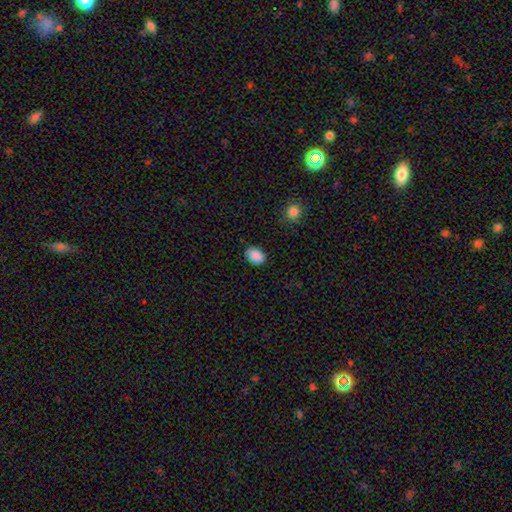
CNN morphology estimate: A smooth galaxy with no disk features (89%) that is in between round and cigar-shaped (80%).

Vote fractions:
- Smooth or featured? smooth: 89% / star or artifact: 7% / featured or disk: 4%
- How rounded? in between: 80% / round: 19% / cigar-shaped: 1%
- Merging? none: 85% / minor disturbance: 11% / major disturbance: 2% / merger: 1%